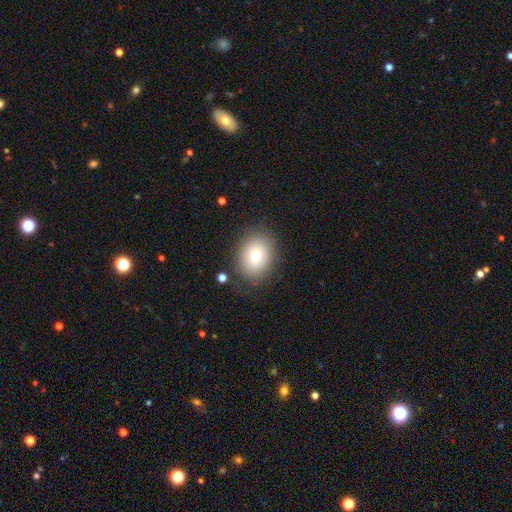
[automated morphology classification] Overall: smooth (72%). How rounded: in between (51%; round 48%). Merging: none (83%).